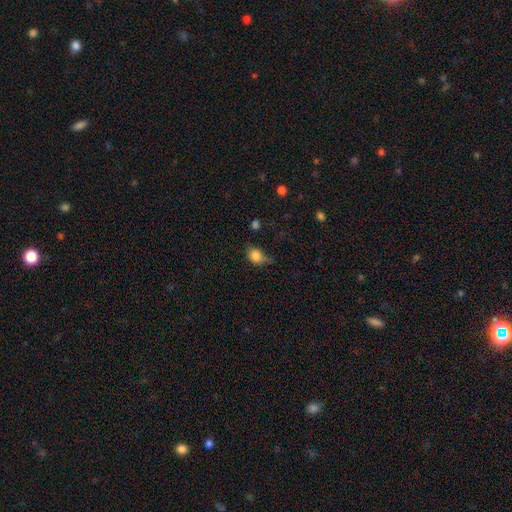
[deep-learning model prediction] smooth-or-featured: smooth: 82% | star or artifact: 10% | featured or disk: 8%
  how-rounded: round: 51% | in between: 47% | cigar-shaped: 2%
  merging: none: 44% | minor disturbance: 37% | major disturbance: 15% | merger: 4%